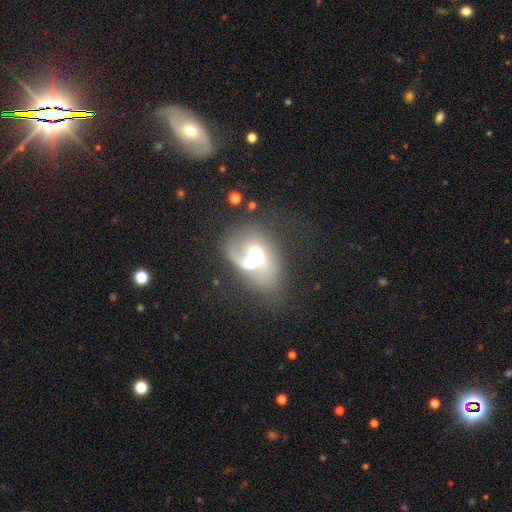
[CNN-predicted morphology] This is possibly a featured or disk galaxy (52%). It is clearly not viewed edge-on (96%). Merging: likely merger (60%).